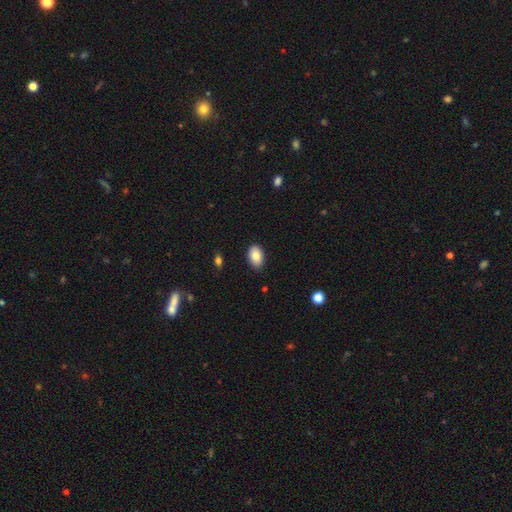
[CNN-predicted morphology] smooth 85%, featured or disk 8%, star or artifact 7%. Down the decision tree: how rounded — in between (91%); merging — none (87%).